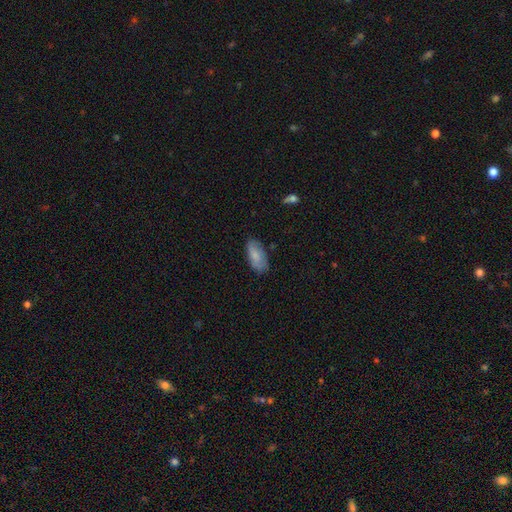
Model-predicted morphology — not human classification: Overall: smooth (78%). How rounded: in between (90%). Merging: none (79%).